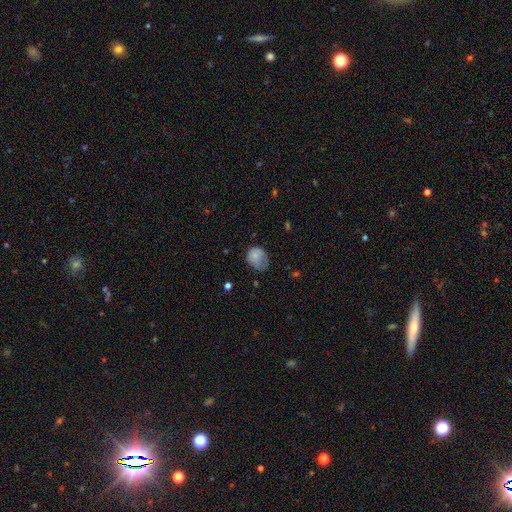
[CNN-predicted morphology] A smooth galaxy with no disk features (75%) that is round (52%).

Vote fractions:
- Smooth or featured? smooth: 75% / featured or disk: 15% / star or artifact: 9%
- How rounded? round: 52% / in between: 47% / cigar-shaped: 1%
- Merging? minor disturbance: 40% / none: 33% / major disturbance: 25% / merger: 2%